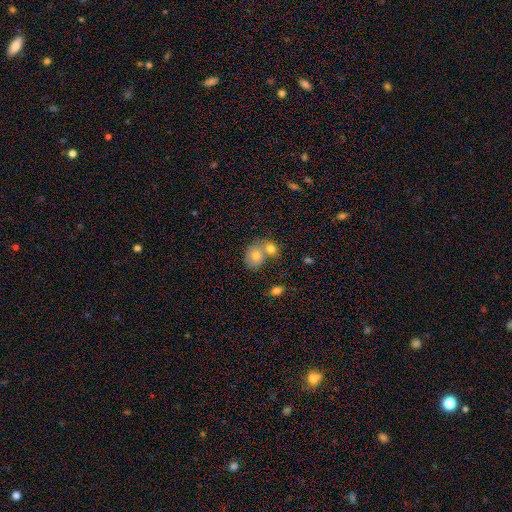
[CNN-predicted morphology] Smooth or featured? Predicted: smooth (p=0.77). How rounded? Predicted: round (p=0.54). Merging? Predicted: merger (p=0.56).